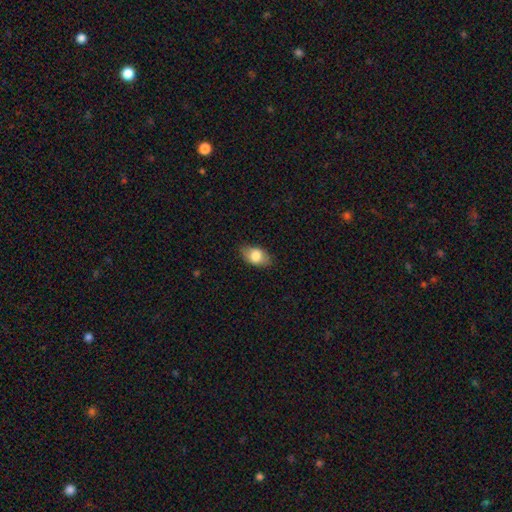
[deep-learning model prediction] smooth-or-featured: smooth: 79% | featured or disk: 14% | star or artifact: 7%
  how-rounded: in between: 88% | round: 10% | cigar-shaped: 2%
  merging: none: 82% | minor disturbance: 14% | major disturbance: 3% | merger: 1%